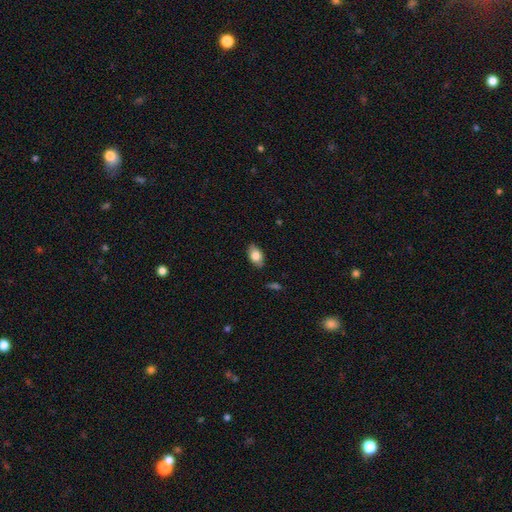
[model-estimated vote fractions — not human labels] Smooth or featured: smooth — 78% (featured or disk — 14%)
How rounded: in between — 91% (round — 7%)
Merging: none — 84% (minor disturbance — 12%)